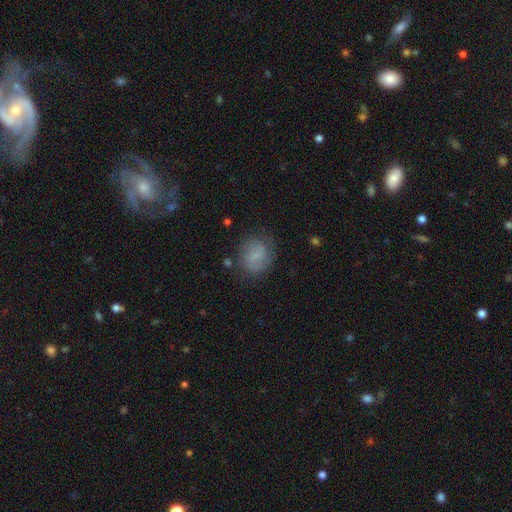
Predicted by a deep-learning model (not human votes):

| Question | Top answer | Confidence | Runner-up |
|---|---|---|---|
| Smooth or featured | smooth | 46% | featured or disk (44%) |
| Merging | none | 73% | minor disturbance (18%) |